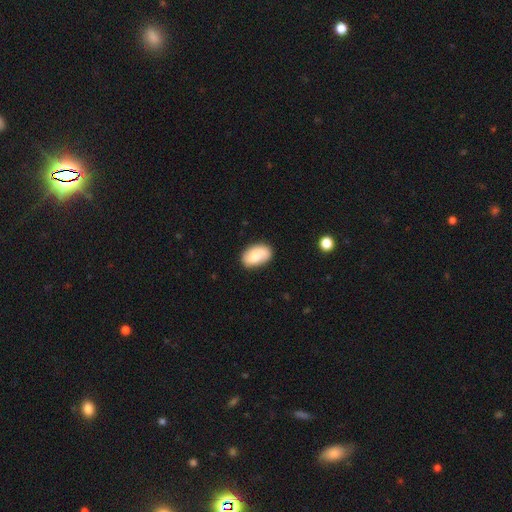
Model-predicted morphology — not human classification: A smooth galaxy with no disk features (71%) that is in between round and cigar-shaped (90%). Merging: none (74%).